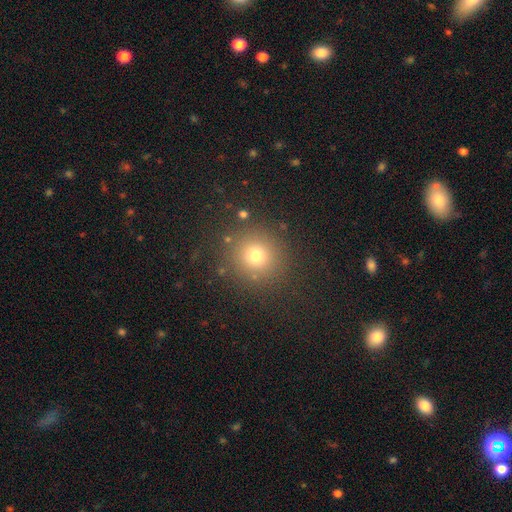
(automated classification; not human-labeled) smooth-or-featured: smooth: 73% | star or artifact: 17% | featured or disk: 9%
  how-rounded: round: 93% | in between: 6% | cigar-shaped: 1%
  merging: none: 86% | minor disturbance: 7% | major disturbance: 4% | merger: 3%